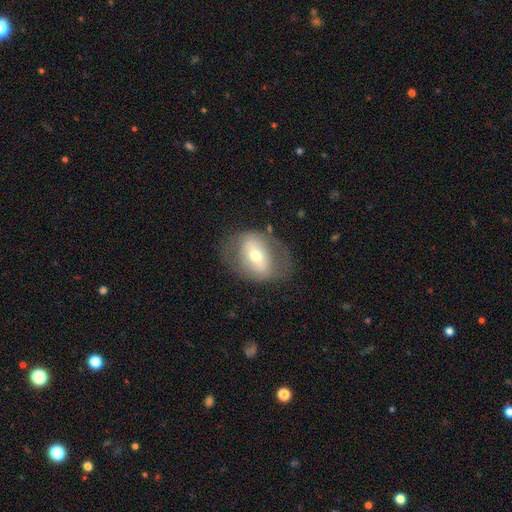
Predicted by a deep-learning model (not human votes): featured or disk 52%, smooth 40%, star or artifact 8%. Down the decision tree: edge-on disk — no (90%); merging — none (68%).